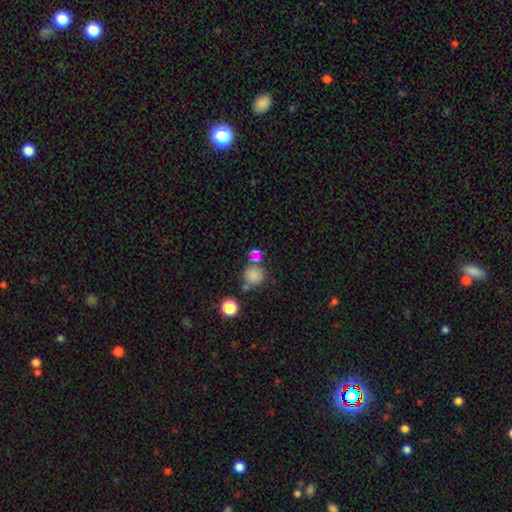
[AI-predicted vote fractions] smooth-or-featured: smooth: 75% | star or artifact: 16% | featured or disk: 9%
  how-rounded: round: 84% | in between: 15% | cigar-shaped: 1%
  merging: none: 56% | merger: 28% | minor disturbance: 11% | major disturbance: 5%